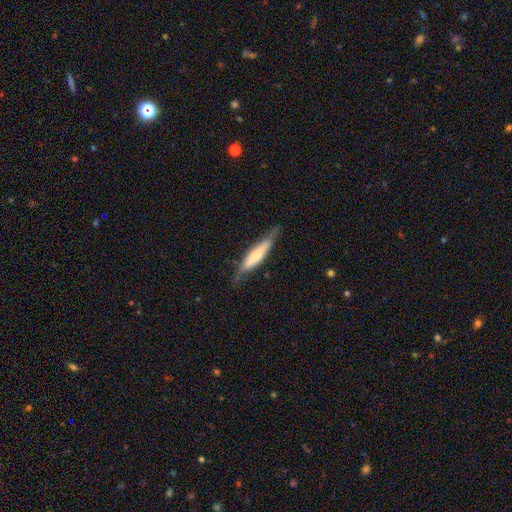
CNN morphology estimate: Smooth or featured: smooth — 52% (featured or disk — 42%)
How rounded: cigar-shaped — 81% (in between — 17%)
Merging: none — 72% (minor disturbance — 21%)